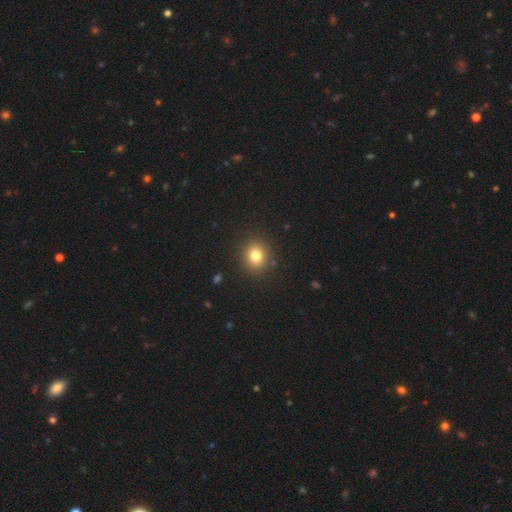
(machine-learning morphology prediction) Smooth or featured? smooth (79%)
How rounded? round (79%)
Merging? none (89%)